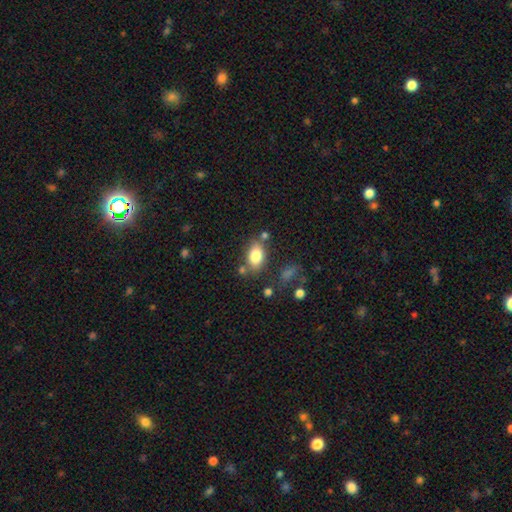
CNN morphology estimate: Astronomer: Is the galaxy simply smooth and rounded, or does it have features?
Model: smooth — 81%.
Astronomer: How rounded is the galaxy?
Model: in between — 86%.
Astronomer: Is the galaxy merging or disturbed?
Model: none — 71%.